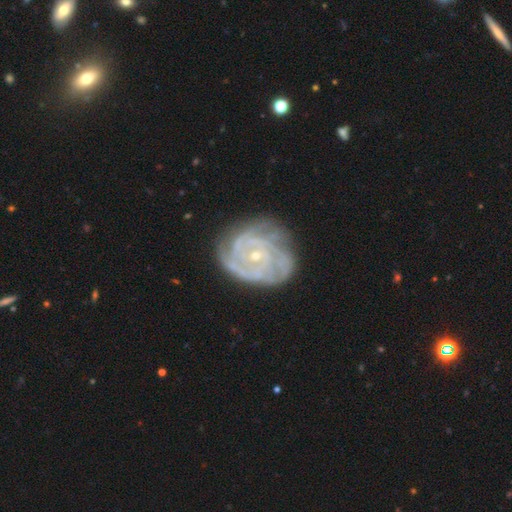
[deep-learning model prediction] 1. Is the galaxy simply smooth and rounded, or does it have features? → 87% featured or disk, 7% smooth, 6% star or artifact.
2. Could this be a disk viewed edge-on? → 98% no, 2% yes.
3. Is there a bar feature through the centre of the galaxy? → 73% no, 21% weak, 6% strong.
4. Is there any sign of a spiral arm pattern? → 96% yes, 4% no.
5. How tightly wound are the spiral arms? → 75% tight, 21% medium, 4% loose.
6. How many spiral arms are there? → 27% can't tell, 26% 3, 17% 4, 16% 2, 8% more than 4, 7% 1.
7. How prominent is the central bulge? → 78% small, 18% moderate, 1% none, 1% large, 1% dominant.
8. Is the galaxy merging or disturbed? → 69% none, 21% minor disturbance, 8% major disturbance, 2% merger.